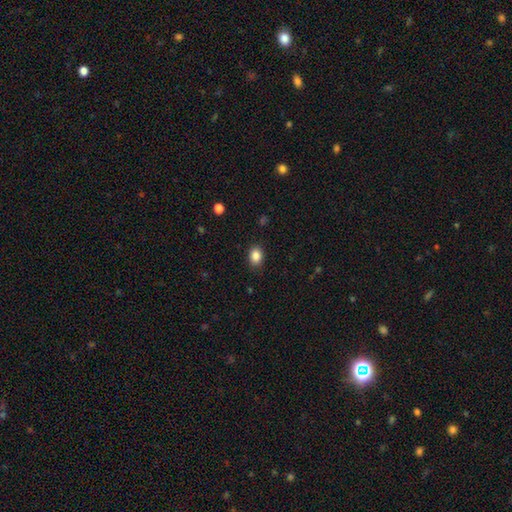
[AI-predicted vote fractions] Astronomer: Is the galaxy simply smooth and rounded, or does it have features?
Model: smooth — 86%.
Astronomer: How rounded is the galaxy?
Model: in between — 66%.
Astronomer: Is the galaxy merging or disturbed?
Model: none — 86%.